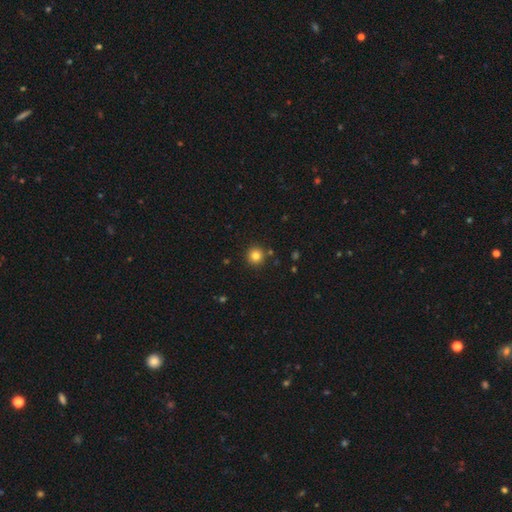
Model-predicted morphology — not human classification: Smooth or featured? Predicted: smooth (p=0.82). How rounded? Predicted: round (p=0.95). Merging? Predicted: none (p=0.89).